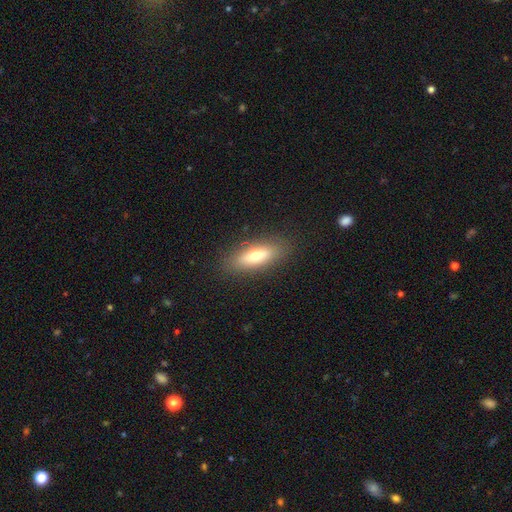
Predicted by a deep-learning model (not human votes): Smooth or featured: smooth — 67% (featured or disk — 25%)
How rounded: in between — 56% (cigar-shaped — 41%)
Merging: none — 87% (minor disturbance — 9%)